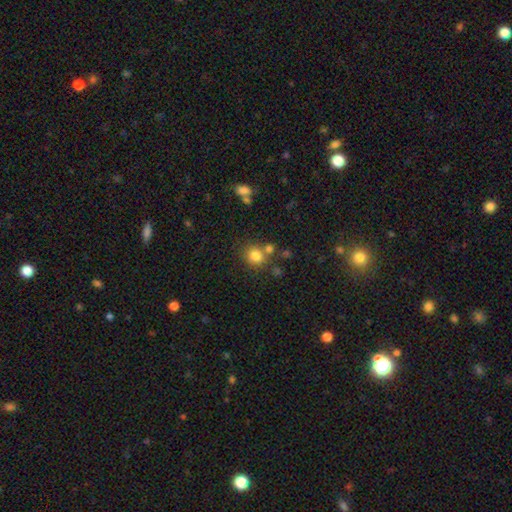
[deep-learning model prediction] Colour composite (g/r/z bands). It shows a smooth galaxy with no disk features (80%) that is round (83%). Merging: none (68%).